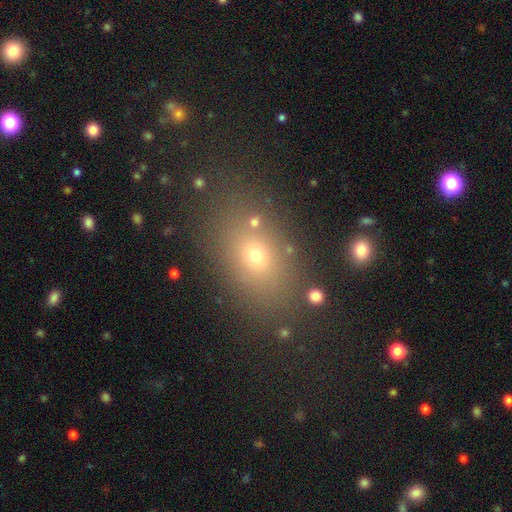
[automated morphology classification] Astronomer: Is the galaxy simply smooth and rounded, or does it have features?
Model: smooth — 63%.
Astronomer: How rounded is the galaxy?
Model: in between — 70%.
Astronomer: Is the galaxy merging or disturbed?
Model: none — 81%.